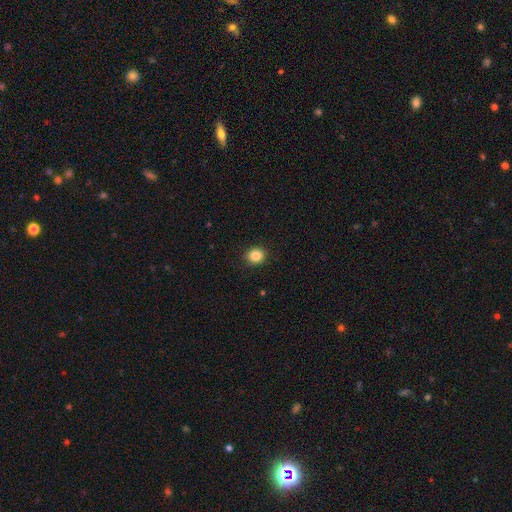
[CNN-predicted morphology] smooth_or_featured: smooth (p=0.85) [alt: star or artifact p=0.11]
how_rounded: round (p=0.81) [alt: in between p=0.18]
merging: none (p=0.91) [alt: minor disturbance p=0.06]